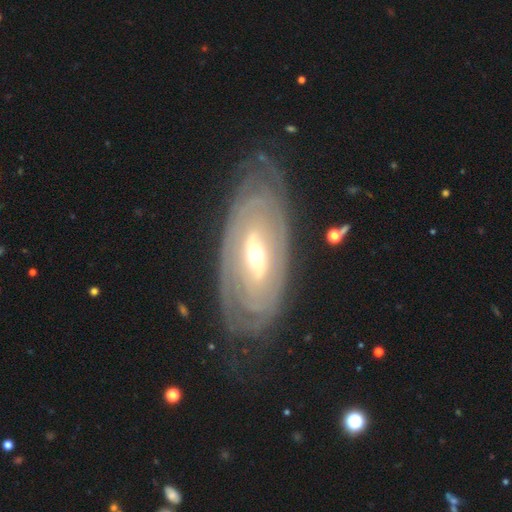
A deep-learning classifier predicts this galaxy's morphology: type=featured or disk (81%); edge-on=no (88%); bar=no (37%); spiral arms=yes (78%); winding=tight (77%); arm count=can't tell (54%); bulge=moderate (60%); merging=none (76%).